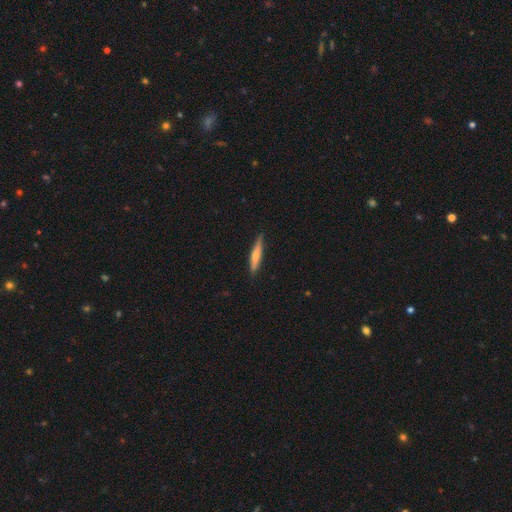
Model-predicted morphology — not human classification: This appears to be a smooth galaxy with no disk features (56%) that is cigar-shaped (90%). Merging: none (86%).